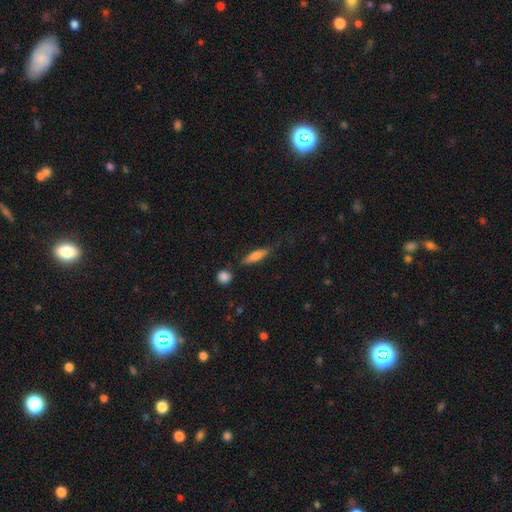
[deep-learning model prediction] Overall: smooth (71%). How rounded: cigar-shaped (64%; in between 33%). Merging: none (70%).